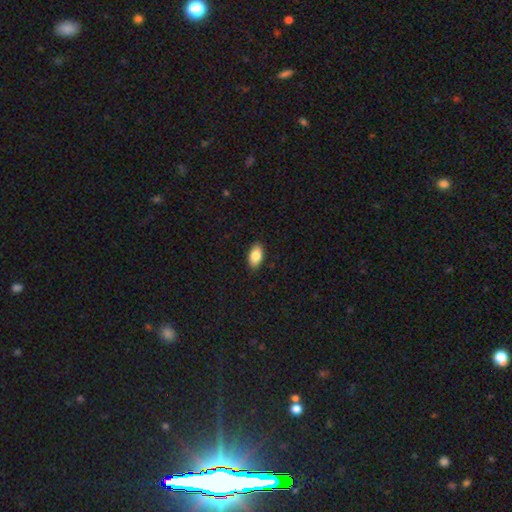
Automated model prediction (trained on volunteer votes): A smooth galaxy with no disk features (84%) that is in between round and cigar-shaped (93%).

Vote fractions:
- Smooth or featured? smooth: 84% / featured or disk: 9% / star or artifact: 7%
- How rounded? in between: 93% / round: 4% / cigar-shaped: 3%
- Merging? none: 89% / minor disturbance: 8% / major disturbance: 2% / merger: 1%